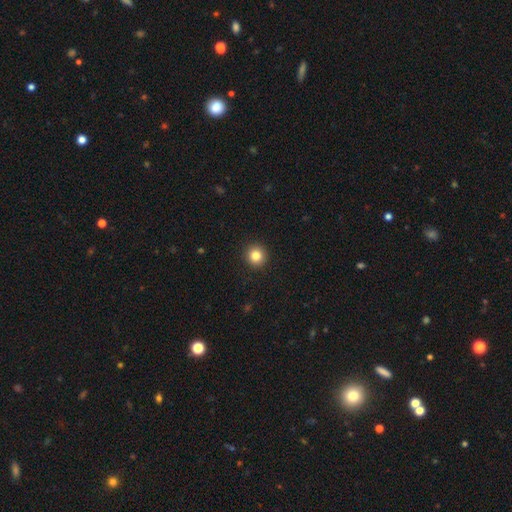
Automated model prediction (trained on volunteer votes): Overall: smooth (83%). How rounded: round (95%). Merging: none (93%).